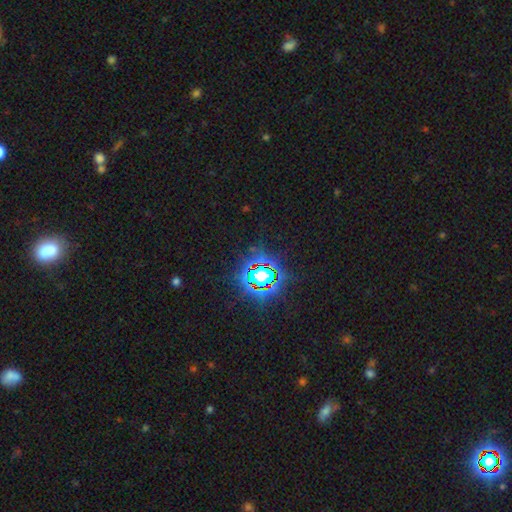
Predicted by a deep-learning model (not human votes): Morphology: type=star or artifact (82%).